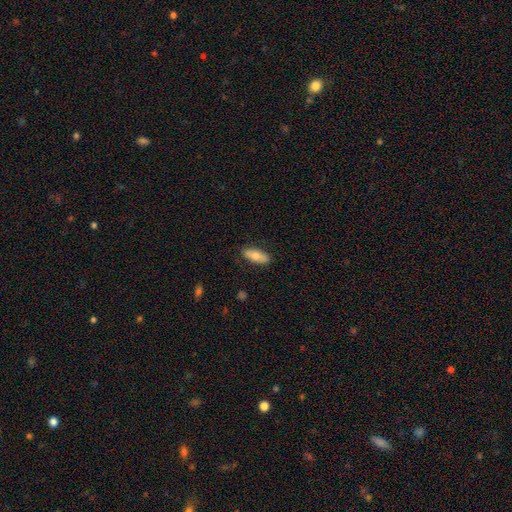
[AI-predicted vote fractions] Q: Smooth or featured?
A: smooth (70%); runner-up: featured or disk (24%)
Q: How rounded?
A: in between (75%); runner-up: cigar-shaped (23%)
Q: Merging?
A: none (85%); runner-up: minor disturbance (12%)